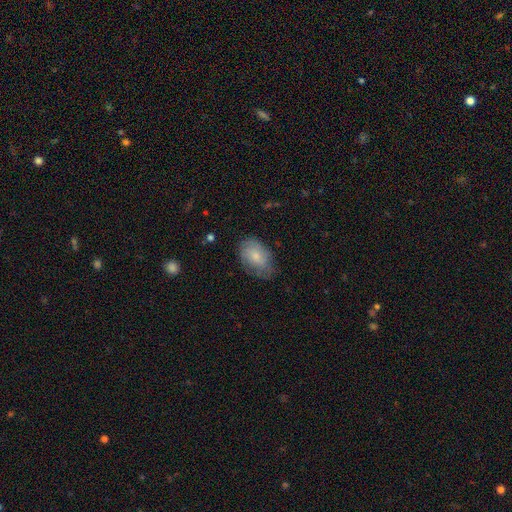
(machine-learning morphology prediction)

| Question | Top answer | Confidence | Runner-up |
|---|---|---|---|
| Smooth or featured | smooth | 69% | featured or disk (24%) |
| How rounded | in between | 85% | round (14%) |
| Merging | none | 61% | minor disturbance (29%) |